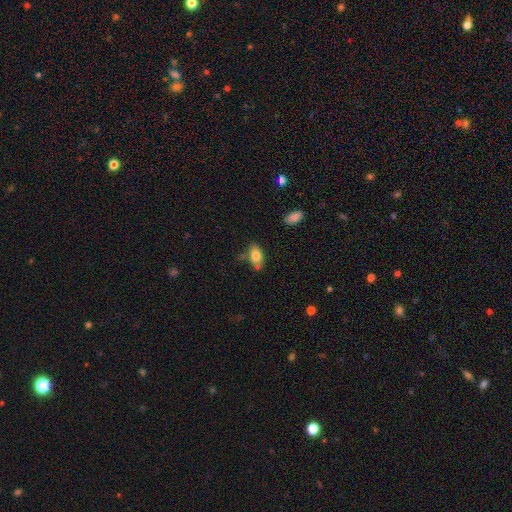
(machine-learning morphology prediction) This appears to be a smooth galaxy with no disk features (82%) that is in between round and cigar-shaped (89%). Merging: none (65%).